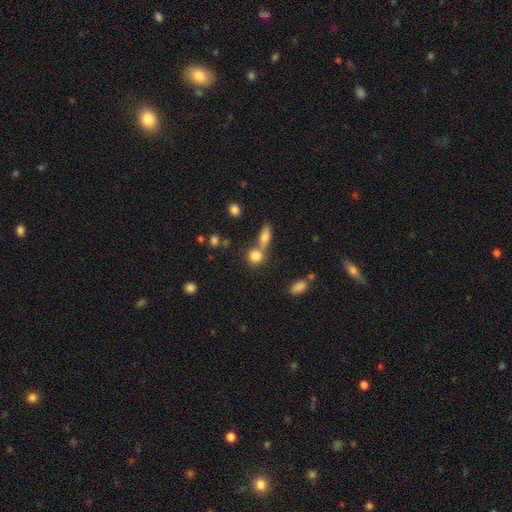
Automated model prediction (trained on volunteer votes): smooth 81%, star or artifact 11%, featured or disk 9%. Down the decision tree: how rounded — round (75%); merging — none (48%).